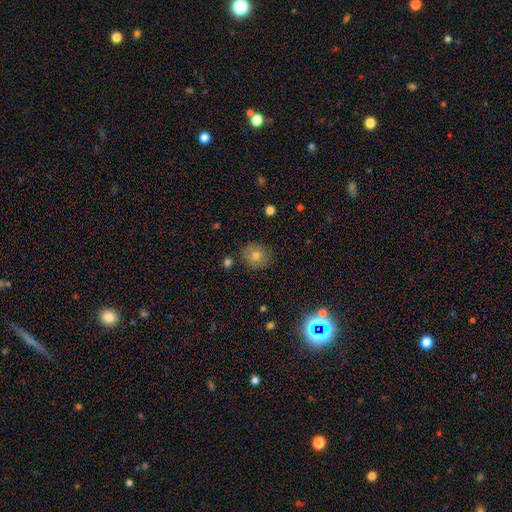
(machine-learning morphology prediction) smooth_or_featured: smooth (p=0.69) [alt: star or artifact p=0.16]
how_rounded: round (p=0.89) [alt: in between p=0.10]
merging: none (p=0.85) [alt: minor disturbance p=0.10]